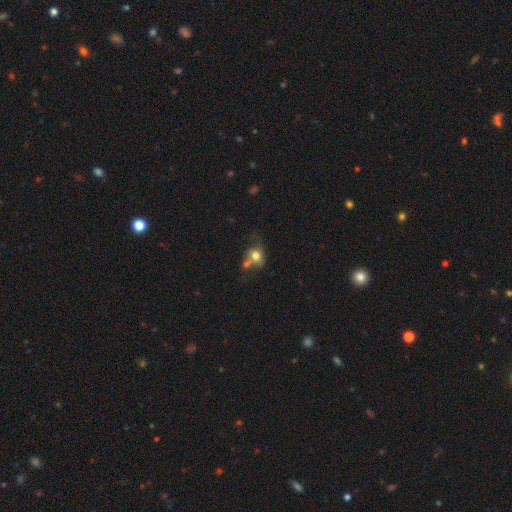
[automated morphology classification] smooth-or-featured: smooth: 70% | featured or disk: 20% | star or artifact: 10%
  how-rounded: round: 55% | in between: 43% | cigar-shaped: 2%
  merging: merger: 38% | none: 29% | minor disturbance: 18% | major disturbance: 14%